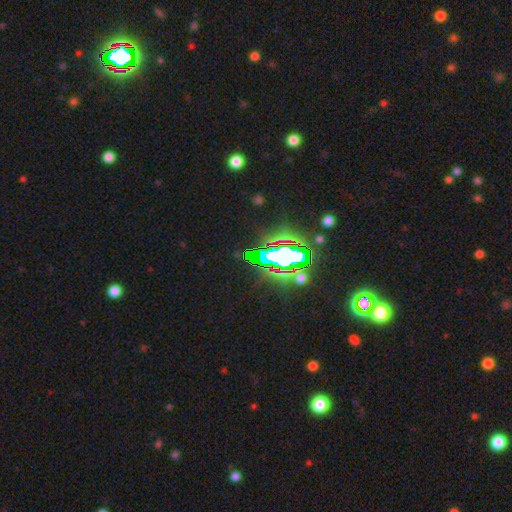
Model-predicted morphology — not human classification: Q: Smooth or featured?
A: star or artifact (75%); runner-up: smooth (13%)